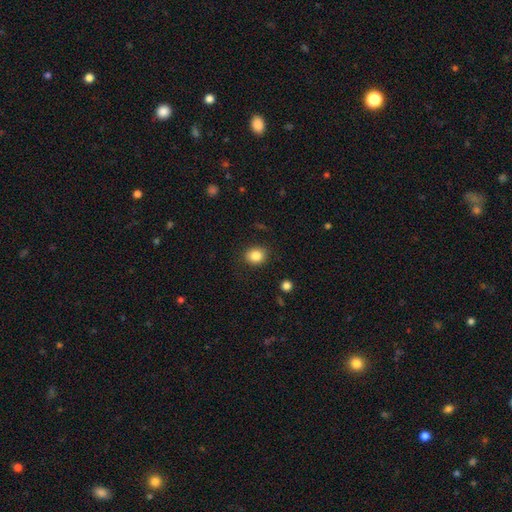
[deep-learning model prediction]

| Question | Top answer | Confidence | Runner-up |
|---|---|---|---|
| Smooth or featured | smooth | 85% | star or artifact (10%) |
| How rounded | round | 61% | in between (38%) |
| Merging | none | 86% | minor disturbance (9%) |